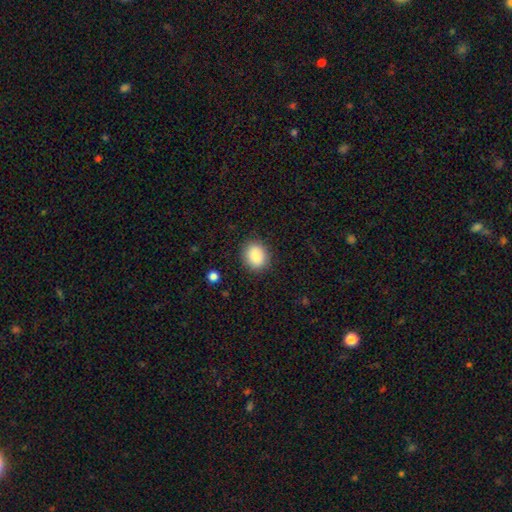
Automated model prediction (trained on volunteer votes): This appears to be a smooth galaxy with no disk features (87%) that is round (67%). Merging: none (88%).